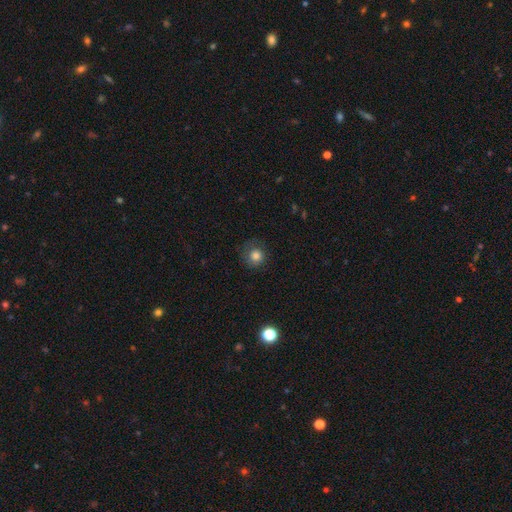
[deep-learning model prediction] Smooth or featured?
  - smooth: 82% *
  - star or artifact: 11%
  - featured or disk: 8%
How rounded?
  - round: 89% *
  - in between: 10%
  - cigar-shaped: 1%
Merging?
  - none: 69% *
  - minor disturbance: 19%
  - major disturbance: 10%
  - merger: 1%